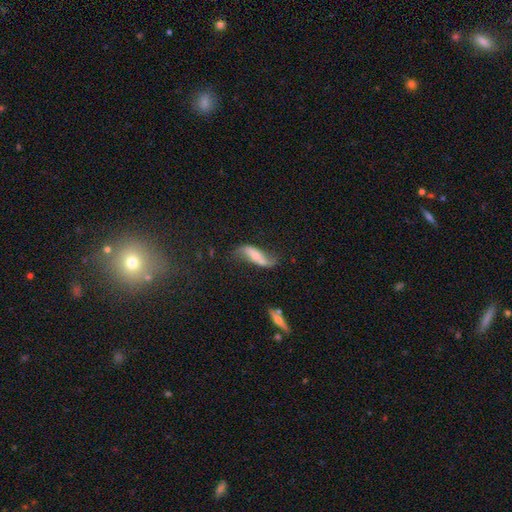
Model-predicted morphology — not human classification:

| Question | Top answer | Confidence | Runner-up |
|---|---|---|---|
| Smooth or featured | featured or disk | 60% | smooth (33%) |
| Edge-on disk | no | 81% | yes (19%) |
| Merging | none | 58% | minor disturbance (25%) |